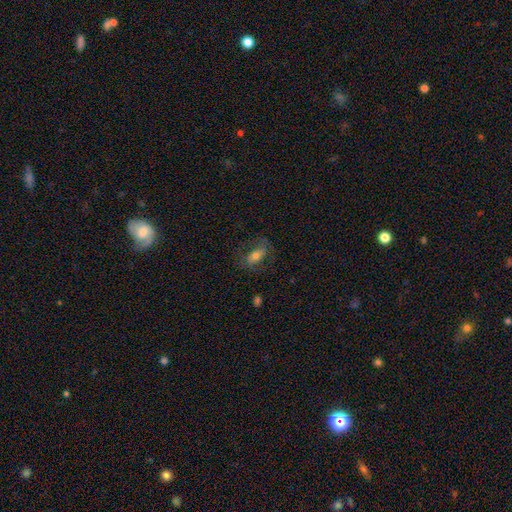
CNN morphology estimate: type=smooth (57%); roundness=in between (84%); merging=none (67%).